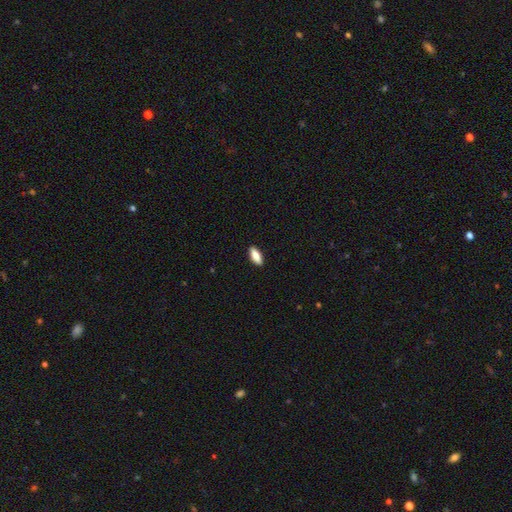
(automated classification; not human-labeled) smooth 81%, featured or disk 13%, star or artifact 6%. Down the decision tree: how rounded — in between (71%); merging — none (90%).